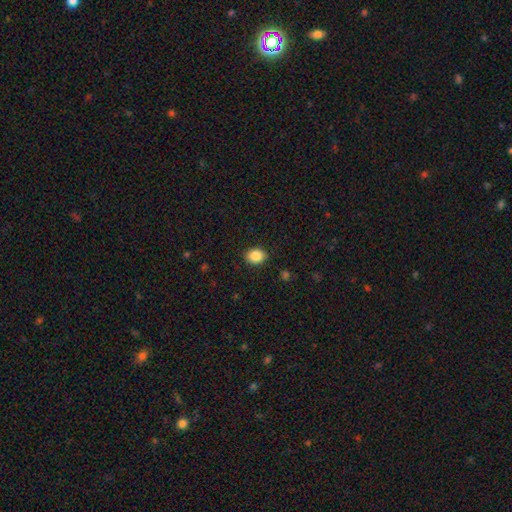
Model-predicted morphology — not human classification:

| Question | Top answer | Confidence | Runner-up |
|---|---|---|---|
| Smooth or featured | smooth | 87% | star or artifact (9%) |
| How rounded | in between | 52% | round (48%) |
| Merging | none | 89% | minor disturbance (8%) |